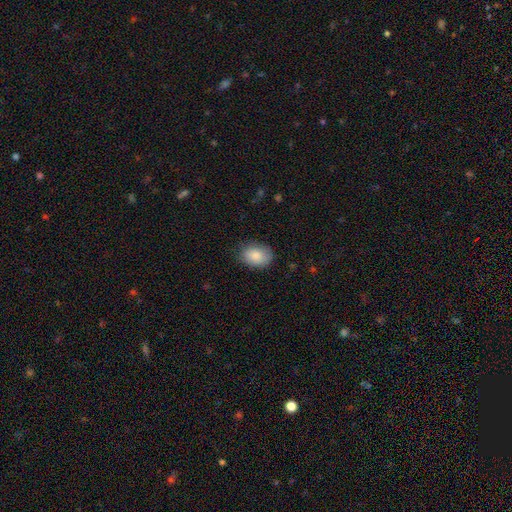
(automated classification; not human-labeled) Smooth or featured? Predicted: smooth (p=0.85). How rounded? Predicted: in between (p=0.77). Merging? Predicted: none (p=0.77).